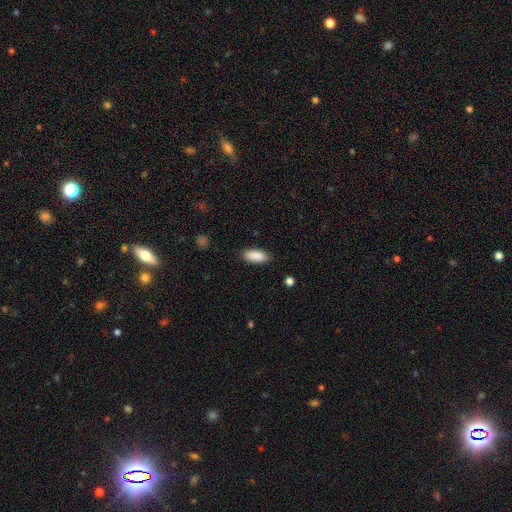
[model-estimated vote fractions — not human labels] Q: Smooth or featured?
A: smooth (89%); runner-up: star or artifact (6%)
Q: How rounded?
A: in between (82%); runner-up: cigar-shaped (16%)
Q: Merging?
A: none (86%); runner-up: minor disturbance (11%)